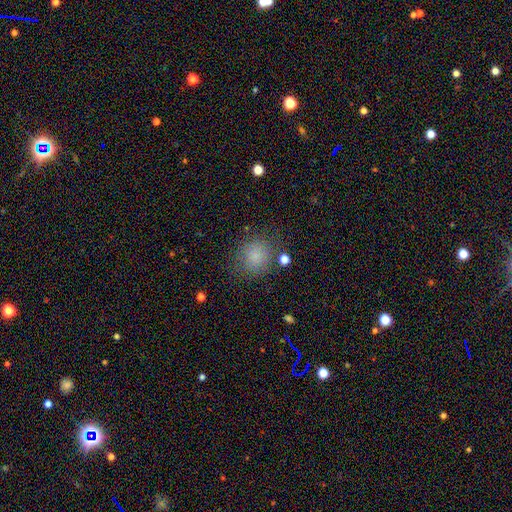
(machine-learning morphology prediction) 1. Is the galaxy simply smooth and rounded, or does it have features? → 81% smooth, 13% star or artifact, 7% featured or disk.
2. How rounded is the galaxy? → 84% round, 15% in between, 1% cigar-shaped.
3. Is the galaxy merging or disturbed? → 77% none, 14% minor disturbance, 6% major disturbance, 3% merger.